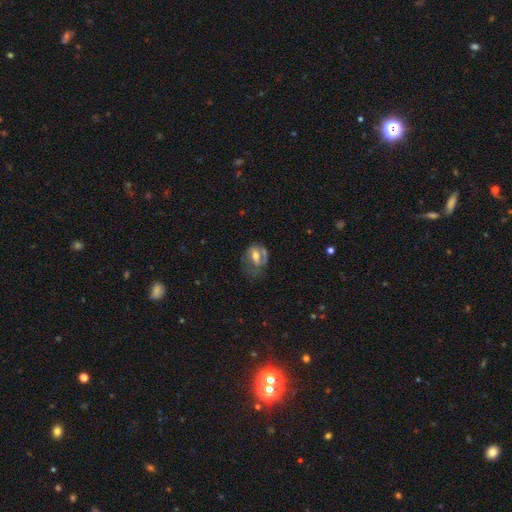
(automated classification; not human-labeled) smooth_or_featured: featured or disk (p=0.56) [alt: smooth p=0.36]
disk_edge_on: no (p=0.94) [alt: yes p=0.06]
bar: weak (p=0.37) [alt: no p=0.33]
has_spiral_arms: yes (p=0.55) [alt: no p=0.45]
bulge_size: moderate (p=0.64) [alt: small p=0.19]
merging: none (p=0.40) [alt: major disturbance p=0.32]